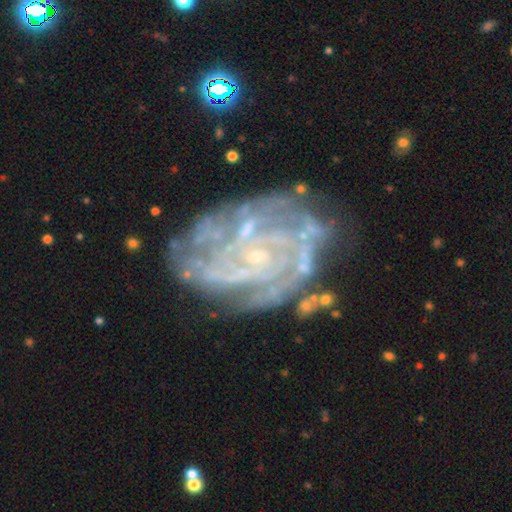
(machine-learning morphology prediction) Smooth or featured?
  - featured or disk: 86% *
  - star or artifact: 8%
  - smooth: 6%
Edge-on disk?
  - no: 97% *
  - yes: 3%
Bar?
  - no: 70% *
  - weak: 23%
  - strong: 7%
Spiral arms?
  - yes: 91% *
  - no: 9%
Spiral winding?
  - tight: 63% *
  - medium: 29%
  - loose: 9%
Spiral arm count?
  - can't tell: 36% *
  - 4: 18%
  - more than 4: 14%
  - 3: 13%
  - 2: 12%
  - 1: 8%
Bulge size?
  - small: 83% *
  - none: 8%
  - moderate: 7%
  - large: 1%
  - dominant: 1%
Merging?
  - none: 65% *
  - minor disturbance: 20%
  - major disturbance: 12%
  - merger: 4%